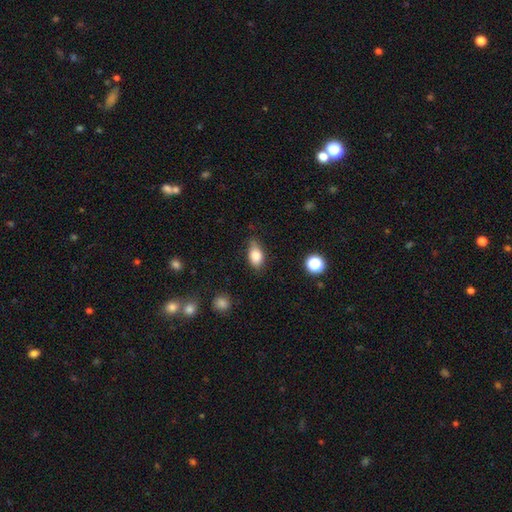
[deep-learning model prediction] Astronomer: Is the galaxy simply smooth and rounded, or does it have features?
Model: smooth — 82%.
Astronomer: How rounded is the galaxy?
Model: in between — 86%.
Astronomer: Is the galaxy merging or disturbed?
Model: none — 68%.